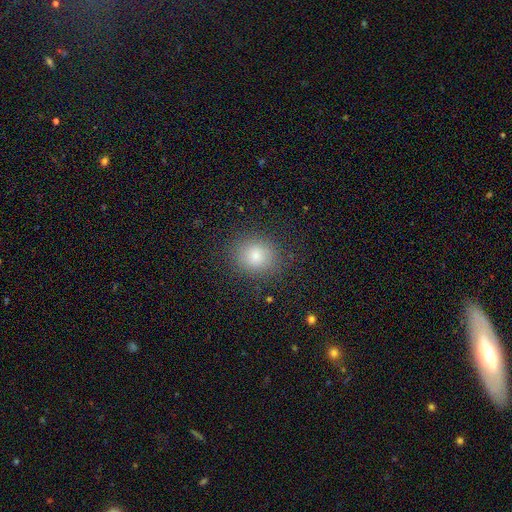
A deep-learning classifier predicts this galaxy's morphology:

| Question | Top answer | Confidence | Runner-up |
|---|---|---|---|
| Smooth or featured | smooth | 80% | star or artifact (11%) |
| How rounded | round | 72% | in between (27%) |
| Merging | none | 83% | minor disturbance (11%) |